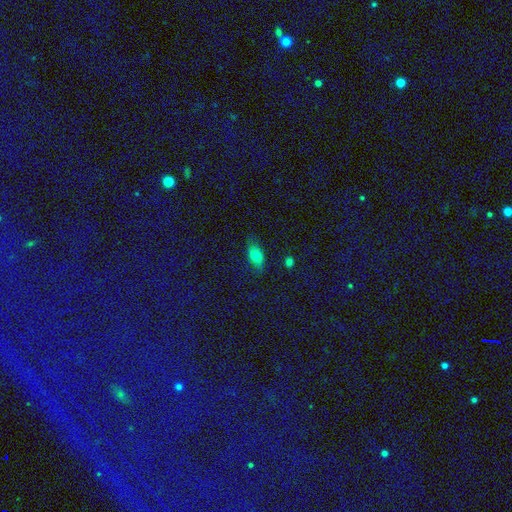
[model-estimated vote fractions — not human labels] Morphology: type=smooth (73%); roundness=in between (82%); merging=none (76%).